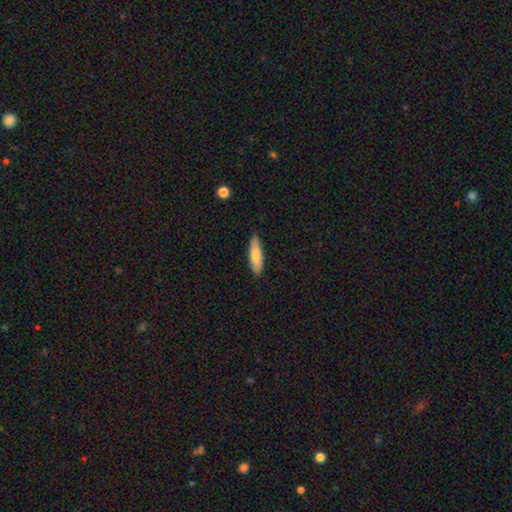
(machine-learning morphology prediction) This is likely a smooth galaxy (79%). How rounded: likely cigar-shaped (60%). Merging: clearly none (87%).